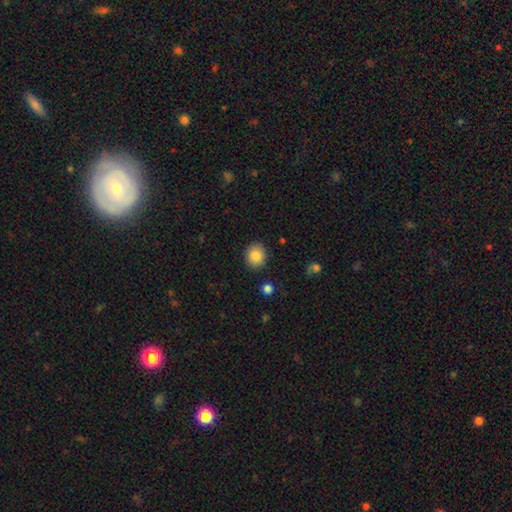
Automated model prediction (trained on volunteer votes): Smooth or featured? smooth (87%)
How rounded? round (74%)
Merging? none (89%)